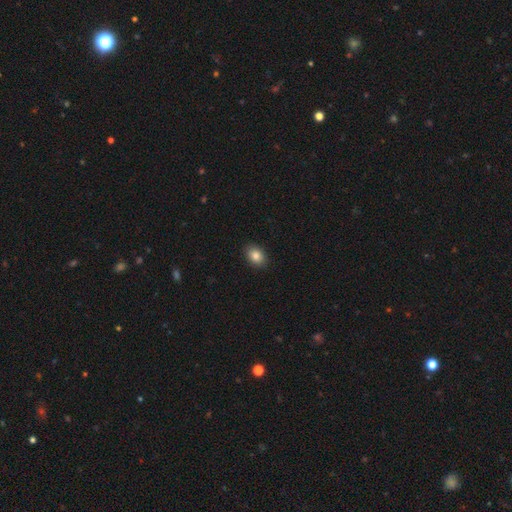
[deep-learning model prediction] Smooth or featured? smooth (86%)
How rounded? in between (75%)
Merging? none (90%)